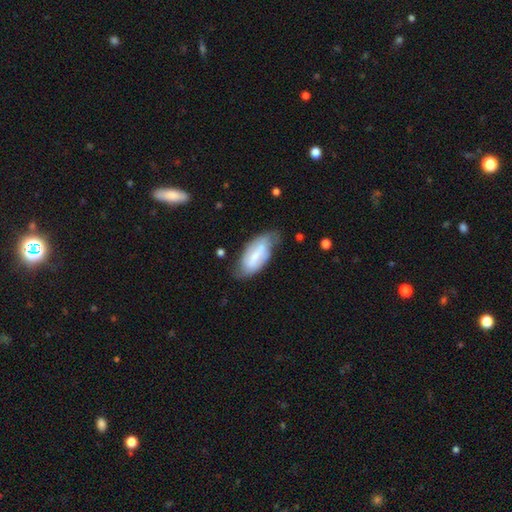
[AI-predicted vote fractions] featured or disk 48%, smooth 46%, star or artifact 7%. Down the decision tree: merging — none (57%).